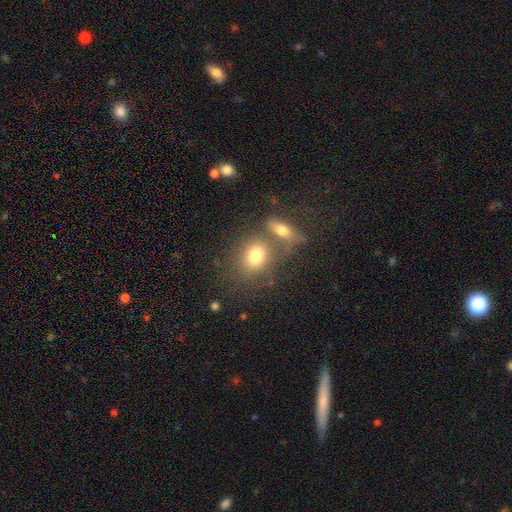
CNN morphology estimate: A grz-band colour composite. It shows a smooth galaxy with no disk features (77%) that is in between round and cigar-shaped (52%). Merging: none (48%).